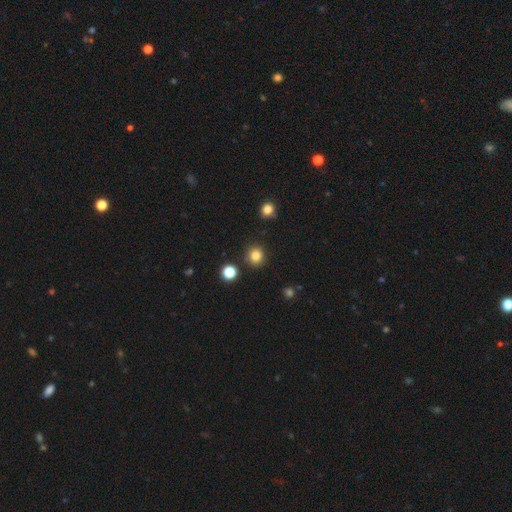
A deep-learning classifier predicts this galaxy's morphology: type=smooth (83%); roundness=round (87%); merging=none (86%).